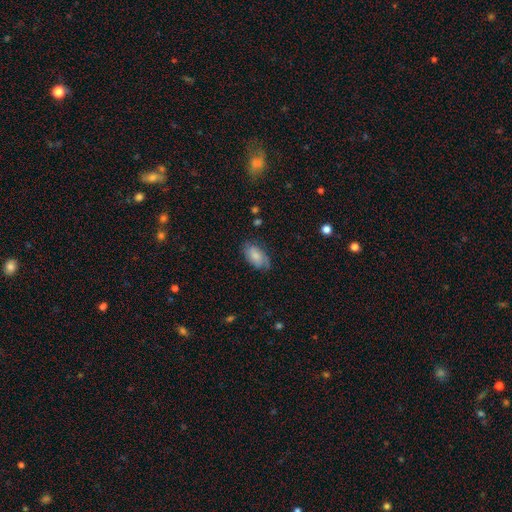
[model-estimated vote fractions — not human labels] Overall: smooth (66%; featured or disk 27%). How rounded: in between (93%). Merging: none (70%).